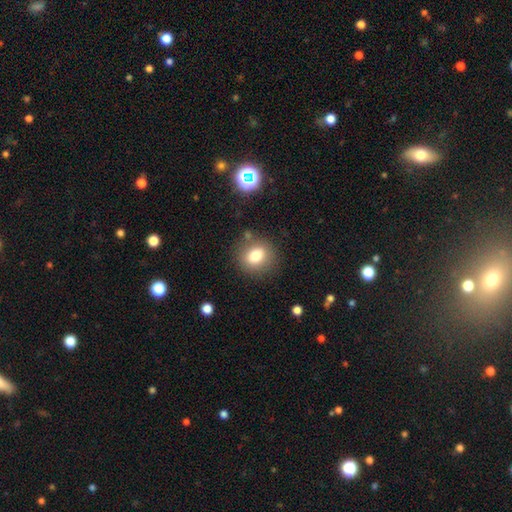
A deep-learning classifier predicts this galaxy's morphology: smooth-or-featured: smooth: 79% | star or artifact: 11% | featured or disk: 10%
  how-rounded: round: 71% | in between: 28% | cigar-shaped: 1%
  merging: none: 82% | minor disturbance: 11% | major disturbance: 4% | merger: 3%